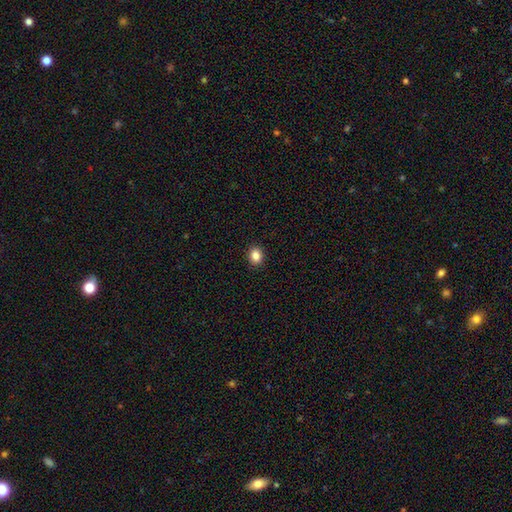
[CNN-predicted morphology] A smooth galaxy with no disk features (85%) that is round (55%).

Vote fractions:
- Smooth or featured? smooth: 85% / star or artifact: 10% / featured or disk: 5%
- How rounded? round: 55% / in between: 44% / cigar-shaped: 1%
- Merging? none: 92% / minor disturbance: 6% / major disturbance: 2% / merger: 1%